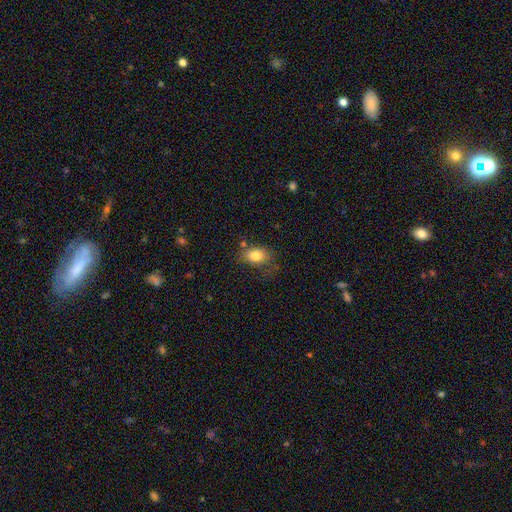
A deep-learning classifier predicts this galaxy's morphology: A smooth galaxy with no disk features (80%) that is in between round and cigar-shaped (80%). Merging: none (58%).